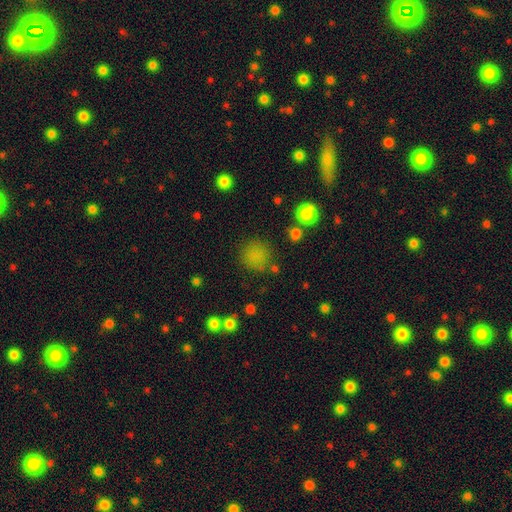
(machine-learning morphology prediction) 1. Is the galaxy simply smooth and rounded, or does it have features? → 79% smooth, 15% star or artifact, 6% featured or disk.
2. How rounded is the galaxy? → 89% round, 10% in between, 1% cigar-shaped.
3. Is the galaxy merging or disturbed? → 79% none, 12% minor disturbance, 5% major disturbance, 4% merger.